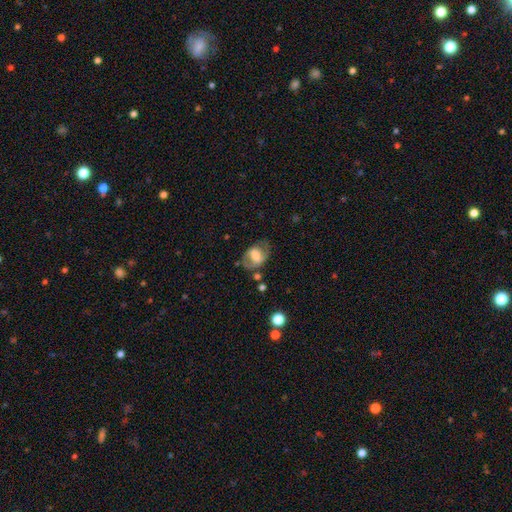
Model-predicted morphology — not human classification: featured or disk 54%, smooth 38%, star or artifact 8%. Down the decision tree: edge-on disk — no (95%); bar — weak (40%); spiral arms — yes (64%); bulge size — moderate (40%); merging — none (60%).